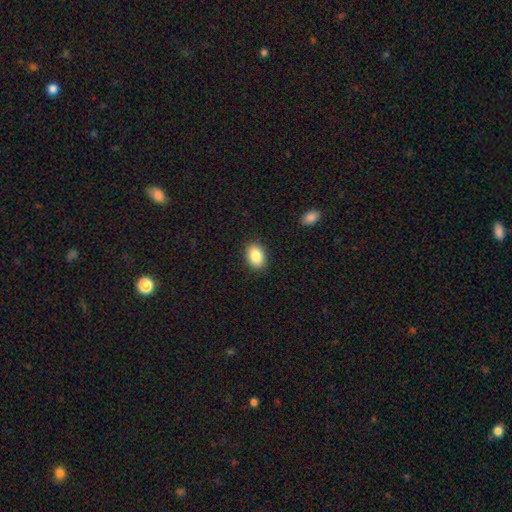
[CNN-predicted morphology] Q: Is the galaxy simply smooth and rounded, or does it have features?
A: smooth — 87%.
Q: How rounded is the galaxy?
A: in between — 81%.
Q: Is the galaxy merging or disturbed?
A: none — 89%.